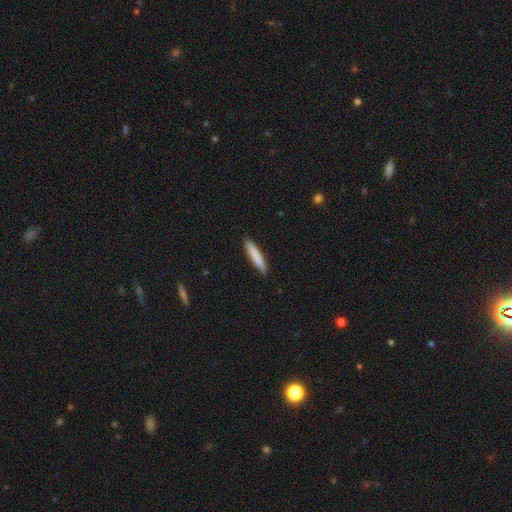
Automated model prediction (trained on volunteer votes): smooth-or-featured: smooth: 82% | featured or disk: 13% | star or artifact: 5%
  how-rounded: cigar-shaped: 91% | in between: 7% | round: 1%
  merging: none: 90% | minor disturbance: 7% | major disturbance: 1% | merger: 1%